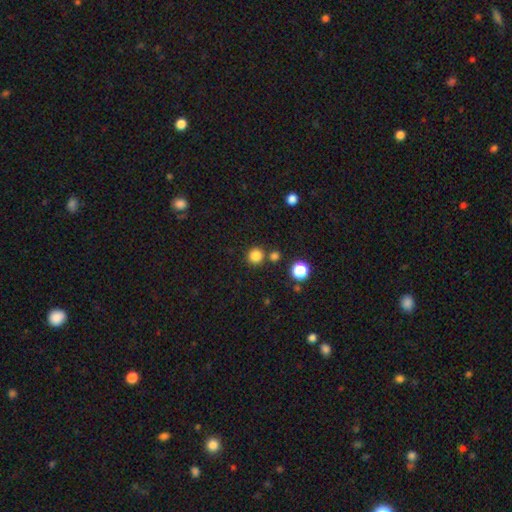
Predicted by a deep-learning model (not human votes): Q: Smooth or featured?
A: smooth (83%); runner-up: star or artifact (13%)
Q: How rounded?
A: round (93%); runner-up: in between (6%)
Q: Merging?
A: none (80%); runner-up: merger (11%)